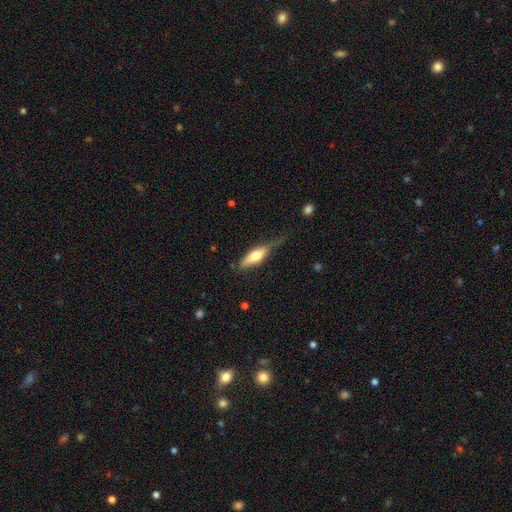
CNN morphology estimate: This is possibly a smooth galaxy (59%). How rounded: possibly cigar-shaped (51%). Merging: marginally none (42%).